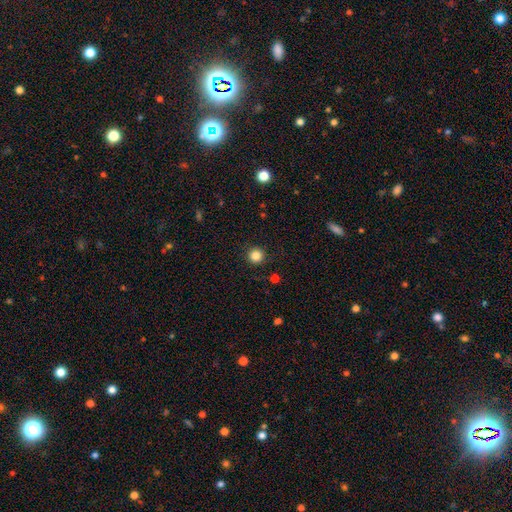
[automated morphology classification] This is clearly a smooth galaxy (84%). How rounded: clearly round (96%). Merging: clearly none (91%).